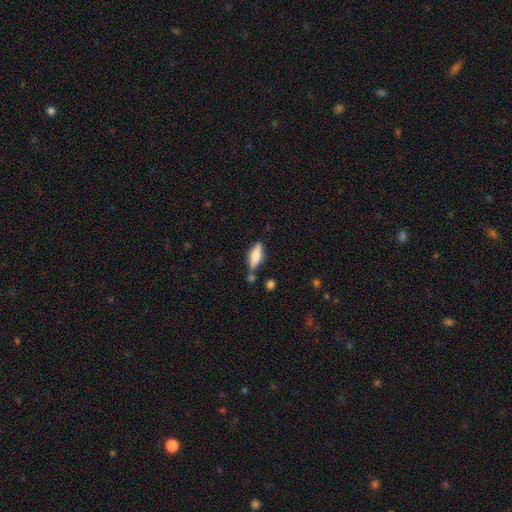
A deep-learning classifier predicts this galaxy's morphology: Smooth or featured? Predicted: smooth (p=0.51). How rounded? Predicted: in between (p=0.53). Merging? Predicted: none (p=0.71).